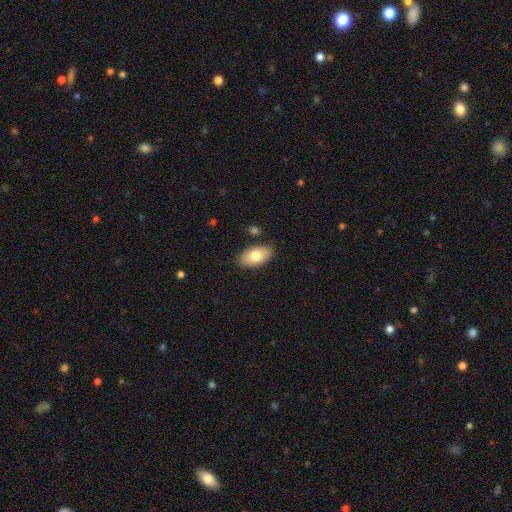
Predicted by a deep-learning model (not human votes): Smooth or featured: smooth — 75% (featured or disk — 18%)
How rounded: in between — 94% (round — 4%)
Merging: none — 85% (minor disturbance — 10%)